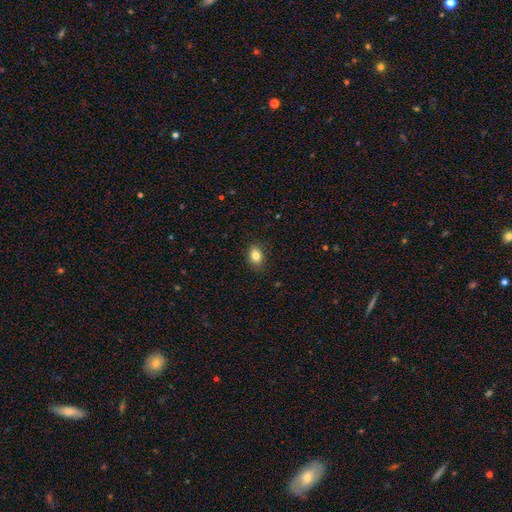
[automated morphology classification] Smooth or featured? smooth (83%)
How rounded? in between (73%)
Merging? none (88%)